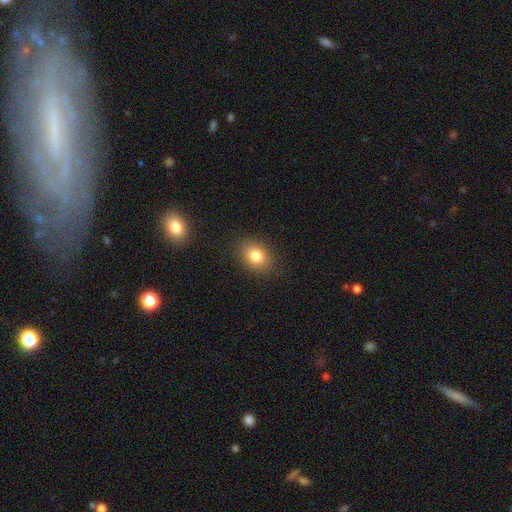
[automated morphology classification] Smooth or featured? smooth (81%)
How rounded? in between (65%)
Merging? none (86%)